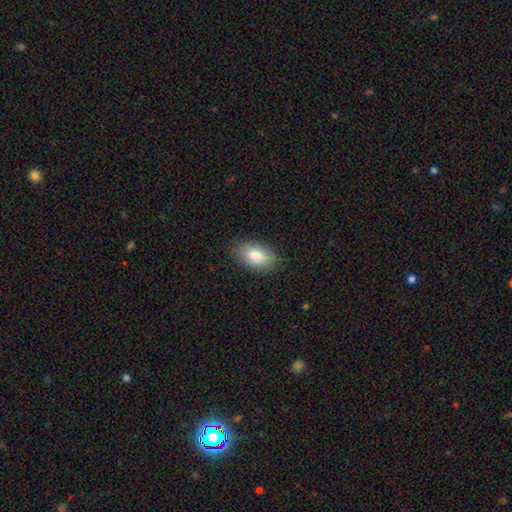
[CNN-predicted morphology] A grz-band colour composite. It shows a smooth galaxy with no disk features (83%) that is in between round and cigar-shaped (93%). Merging: none (86%).